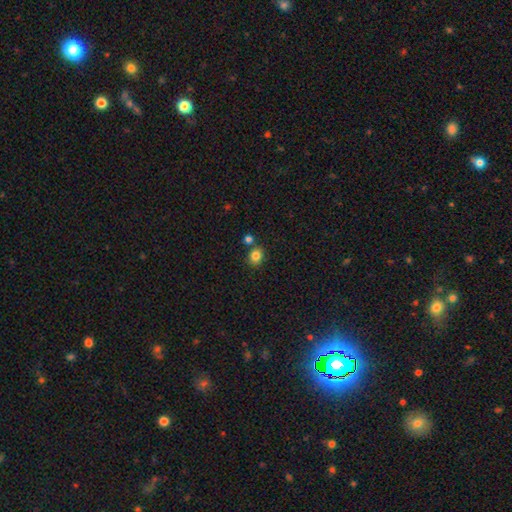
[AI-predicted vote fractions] A smooth galaxy with no disk features (83%) that is round (71%). Merging: none (74%).